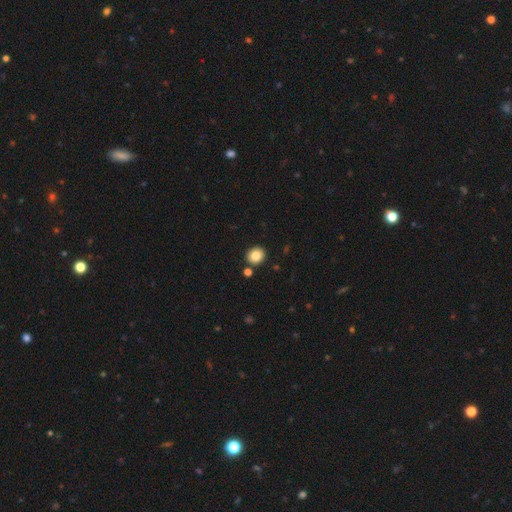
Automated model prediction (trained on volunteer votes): Smooth or featured?
  - smooth: 84% *
  - star or artifact: 10%
  - featured or disk: 6%
How rounded?
  - round: 80% *
  - in between: 19%
  - cigar-shaped: 1%
Merging?
  - none: 87% *
  - minor disturbance: 6%
  - merger: 5%
  - major disturbance: 2%